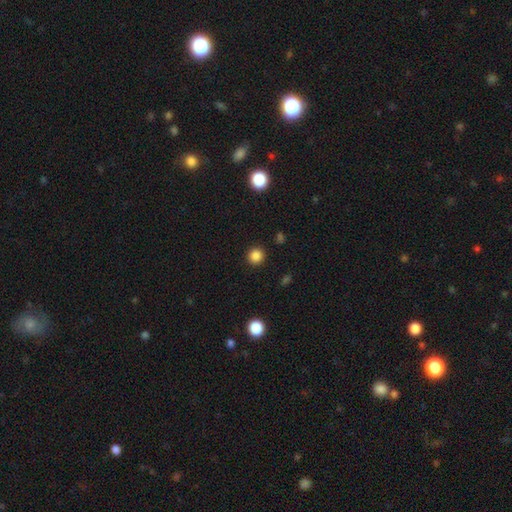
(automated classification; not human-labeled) A smooth galaxy with no disk features (85%) that is round (94%).

Vote fractions:
- Smooth or featured? smooth: 85% / star or artifact: 12% / featured or disk: 3%
- How rounded? round: 94% / in between: 5% / cigar-shaped: 1%
- Merging? none: 92% / minor disturbance: 5% / major disturbance: 2% / merger: 1%